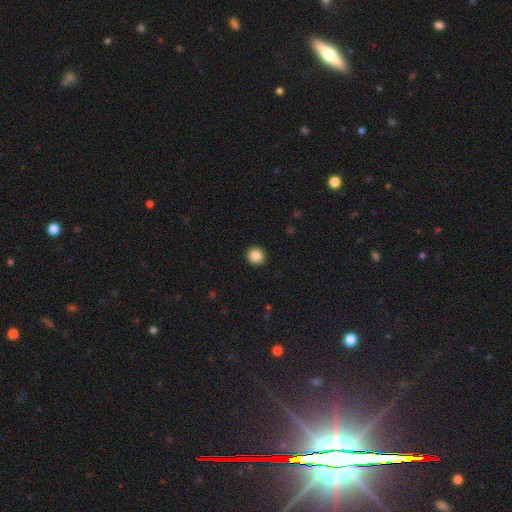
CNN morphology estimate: Q: Smooth or featured?
A: smooth (86%); runner-up: star or artifact (10%)
Q: How rounded?
A: round (92%); runner-up: in between (7%)
Q: Merging?
A: none (93%); runner-up: minor disturbance (5%)